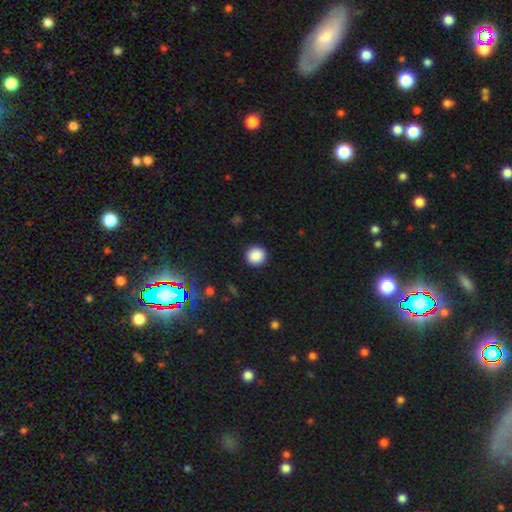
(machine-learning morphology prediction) Smooth or featured?
  - smooth: 88% *
  - star or artifact: 9%
  - featured or disk: 3%
How rounded?
  - round: 95% *
  - in between: 5%
  - cigar-shaped: 1%
Merging?
  - none: 92% *
  - minor disturbance: 5%
  - major disturbance: 2%
  - merger: 1%